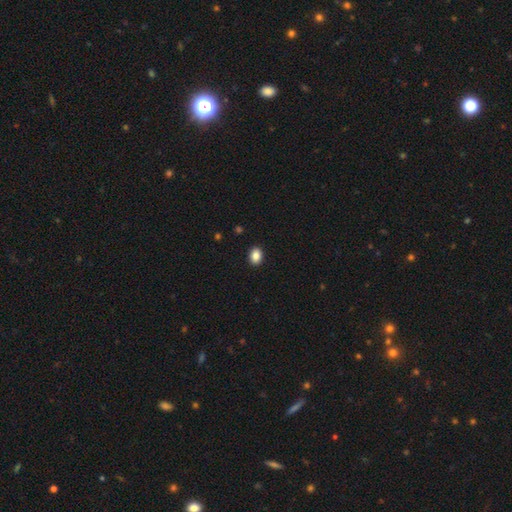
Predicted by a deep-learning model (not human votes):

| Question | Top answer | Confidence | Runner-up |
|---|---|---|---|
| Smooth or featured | smooth | 87% | star or artifact (9%) |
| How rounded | in between | 60% | round (39%) |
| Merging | none | 92% | minor disturbance (6%) |